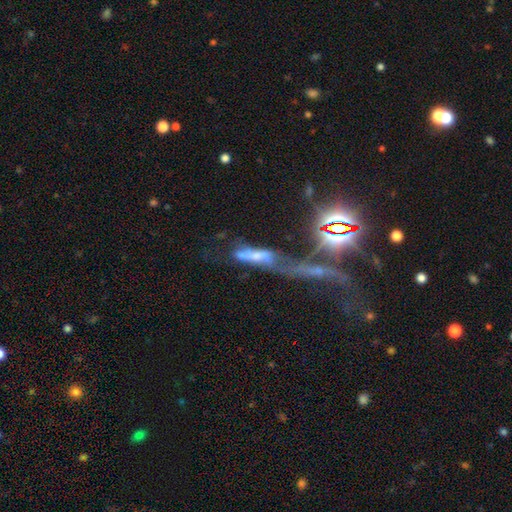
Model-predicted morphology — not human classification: Q: Smooth or featured?
A: featured or disk (44%); runner-up: smooth (36%)
Q: Merging?
A: merger (43%); runner-up: major disturbance (28%)